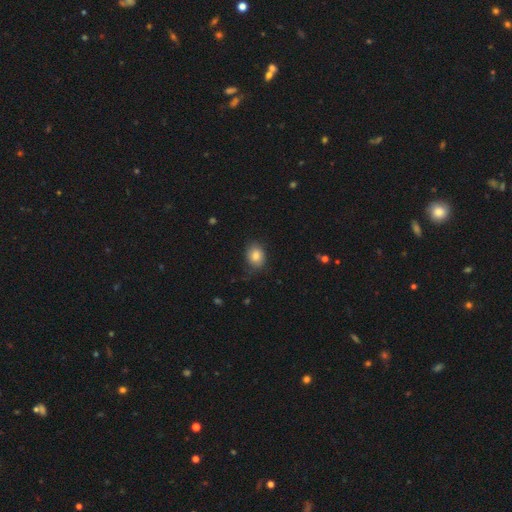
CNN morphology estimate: Smooth or featured: smooth — 83% (featured or disk — 9%)
How rounded: in between — 55% (round — 44%)
Merging: none — 71% (minor disturbance — 22%)